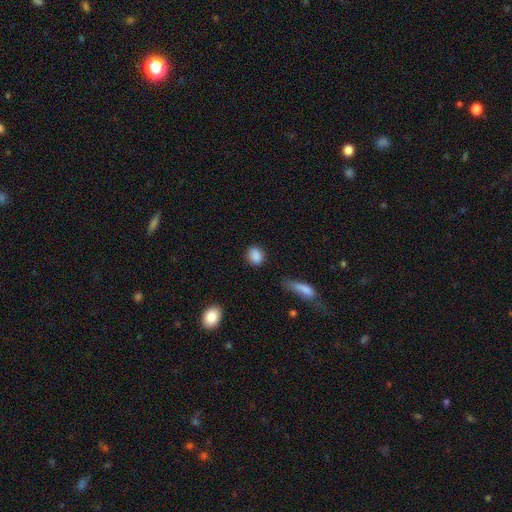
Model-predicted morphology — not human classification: Smooth or featured?
  - smooth: 88% *
  - star or artifact: 8%
  - featured or disk: 4%
How rounded?
  - round: 60% *
  - in between: 38%
  - cigar-shaped: 3%
Merging?
  - none: 81% *
  - minor disturbance: 13%
  - major disturbance: 3%
  - merger: 3%